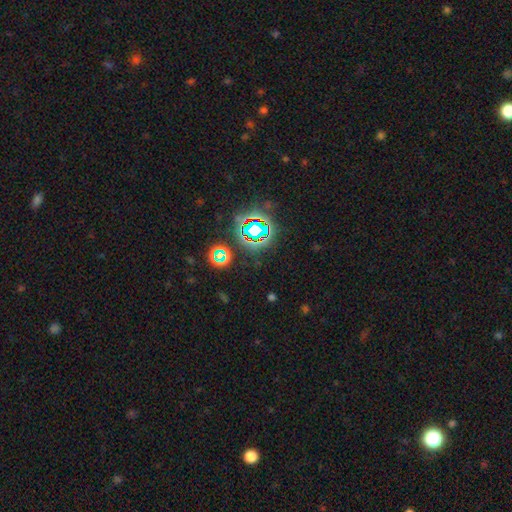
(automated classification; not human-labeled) Smooth or featured? Predicted: star or artifact (p=0.75).